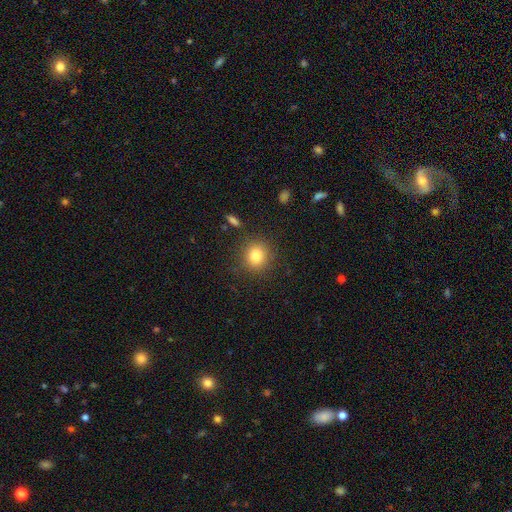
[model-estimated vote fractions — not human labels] Smooth or featured?
  - smooth: 82% *
  - star or artifact: 11%
  - featured or disk: 7%
How rounded?
  - round: 85% *
  - in between: 13%
  - cigar-shaped: 1%
Merging?
  - none: 86% *
  - minor disturbance: 9%
  - major disturbance: 3%
  - merger: 2%